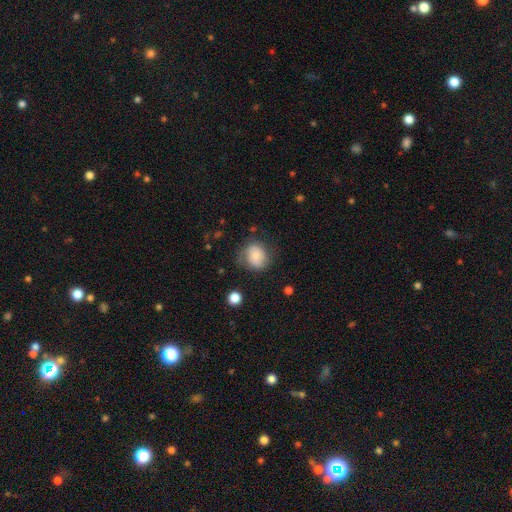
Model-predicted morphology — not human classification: smooth 66%, featured or disk 26%, star or artifact 8%. Down the decision tree: how rounded — round (66%); merging — none (62%).